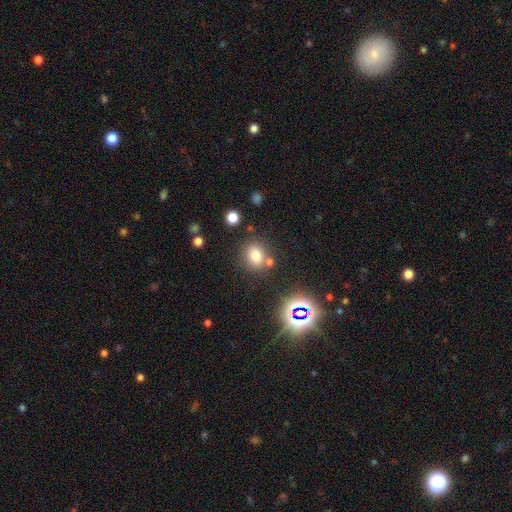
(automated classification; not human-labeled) smooth-or-featured: smooth: 76% | star or artifact: 16% | featured or disk: 8%
  how-rounded: round: 65% | in between: 34% | cigar-shaped: 1%
  merging: none: 71% | merger: 13% | minor disturbance: 12% | major disturbance: 4%